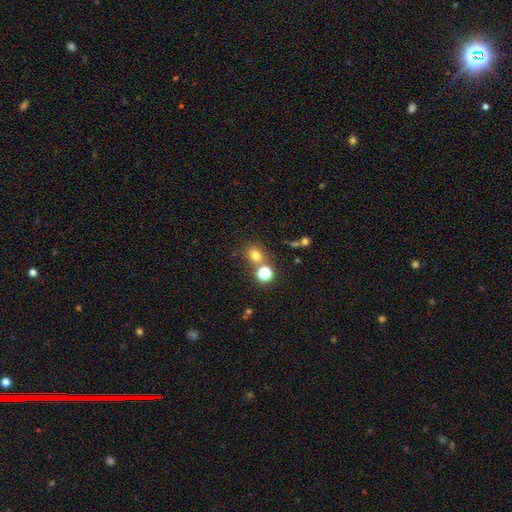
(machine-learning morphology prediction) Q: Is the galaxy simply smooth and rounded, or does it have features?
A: smooth — 73%.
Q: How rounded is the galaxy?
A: round — 72%.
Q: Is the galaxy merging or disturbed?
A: none — 68%.